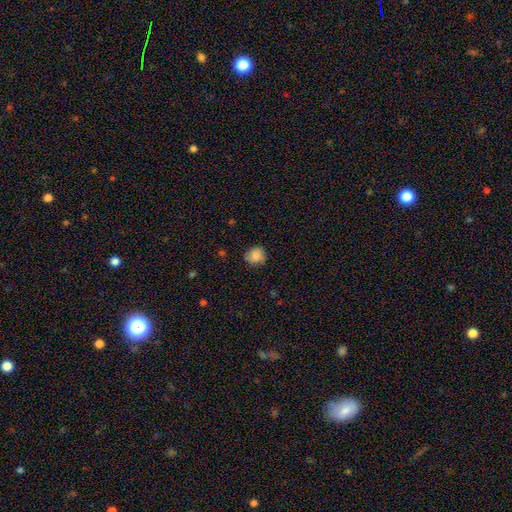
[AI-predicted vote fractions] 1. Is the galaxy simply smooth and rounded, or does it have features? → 83% smooth, 9% featured or disk, 8% star or artifact.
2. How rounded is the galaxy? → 82% round, 17% in between, 1% cigar-shaped.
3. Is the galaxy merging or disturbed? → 79% none, 17% minor disturbance, 4% major disturbance, 1% merger.